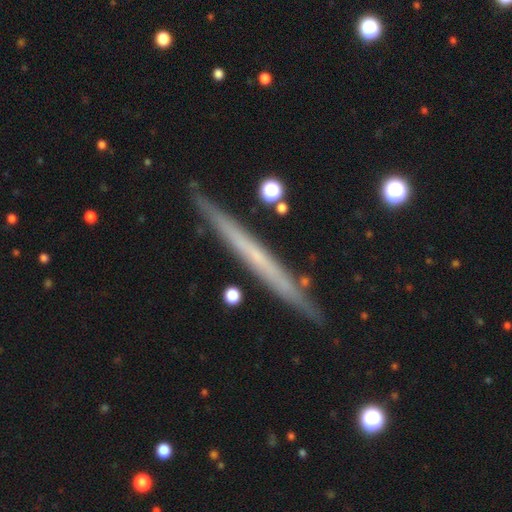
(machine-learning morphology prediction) Overall: featured or disk (63%; smooth 30%). Edge-on disk: yes (94%). Edge-on bulge: none (88%). Merging: none (88%).